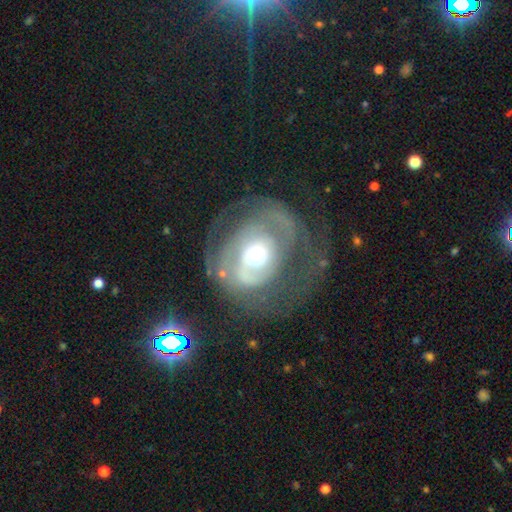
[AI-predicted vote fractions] Overall: featured or disk (71%). Edge-on disk: no (96%). Bar: no (74%). Spiral arms: yes (61%; no 39%). Bulge size: moderate (62%; large 22%). Merging: none (49%; major disturbance 33%).